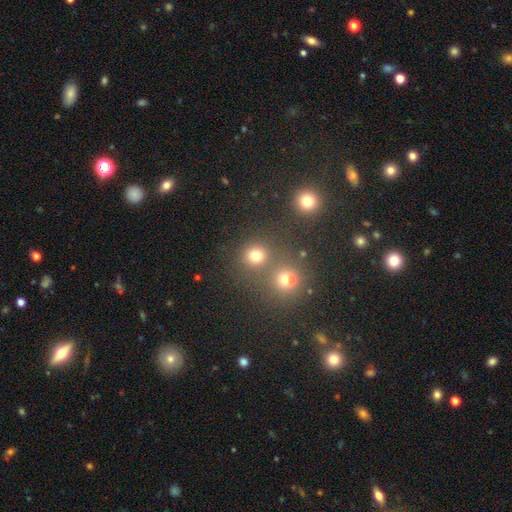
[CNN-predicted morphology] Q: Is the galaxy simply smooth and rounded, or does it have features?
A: smooth — 74%.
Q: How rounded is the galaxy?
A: round — 86%.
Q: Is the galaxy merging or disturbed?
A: none — 65%.